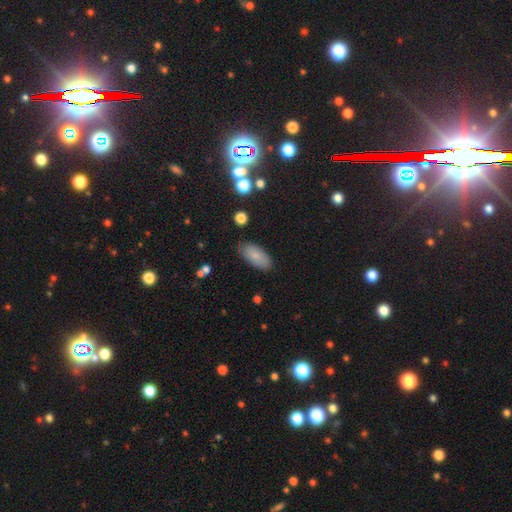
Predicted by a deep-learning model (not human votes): smooth 82%, featured or disk 11%, star or artifact 7%. Down the decision tree: how rounded — in between (90%); merging — none (83%).